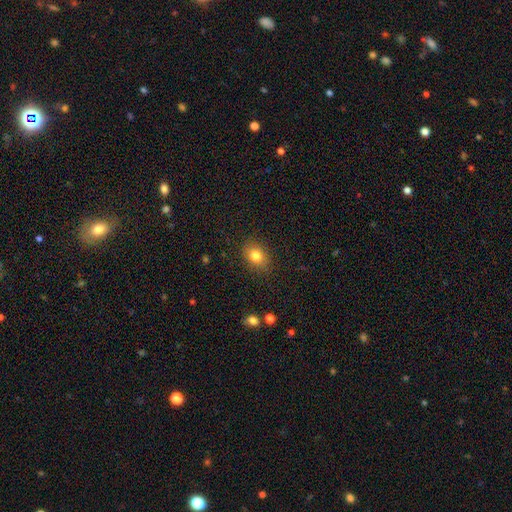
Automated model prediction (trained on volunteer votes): This appears to be a smooth galaxy with no disk features (82%) that is in between round and cigar-shaped (61%). Merging: none (85%).